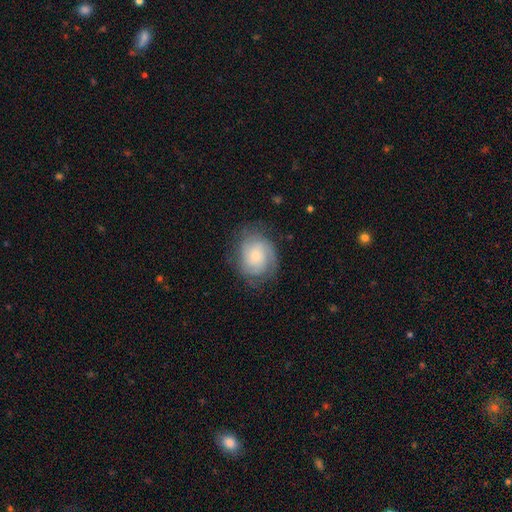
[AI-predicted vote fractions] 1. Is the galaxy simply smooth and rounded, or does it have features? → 67% featured or disk, 26% smooth, 8% star or artifact.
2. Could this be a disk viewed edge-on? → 98% no, 2% yes.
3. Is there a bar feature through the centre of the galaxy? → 72% no, 25% weak, 4% strong.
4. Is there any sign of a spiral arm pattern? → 93% yes, 7% no.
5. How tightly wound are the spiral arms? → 56% tight, 34% medium, 10% loose.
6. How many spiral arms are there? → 32% 2, 29% can't tell, 22% 3, 6% 1, 6% 4, 5% more than 4.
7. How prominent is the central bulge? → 48% small, 28% moderate, 11% none, 10% large, 2% dominant.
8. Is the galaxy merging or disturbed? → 72% none, 19% minor disturbance, 8% major disturbance, 1% merger.